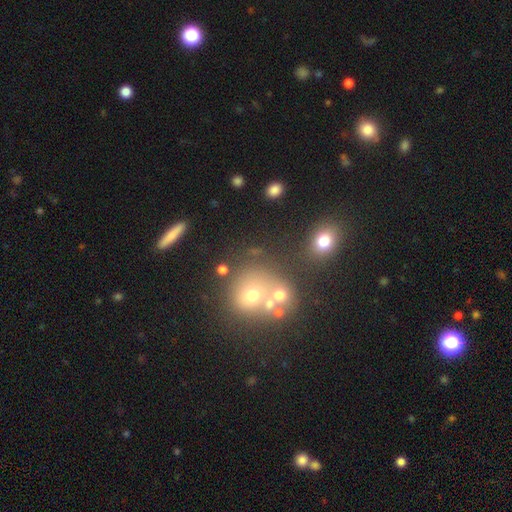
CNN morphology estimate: Q: Smooth or featured?
A: smooth (44%); runner-up: star or artifact (37%)
Q: Merging?
A: none (52%); runner-up: merger (35%)